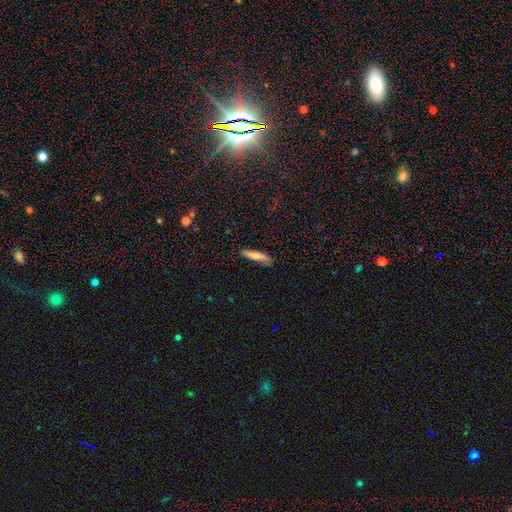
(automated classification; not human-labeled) Overall: smooth (75%). How rounded: cigar-shaped (83%). Merging: none (79%).